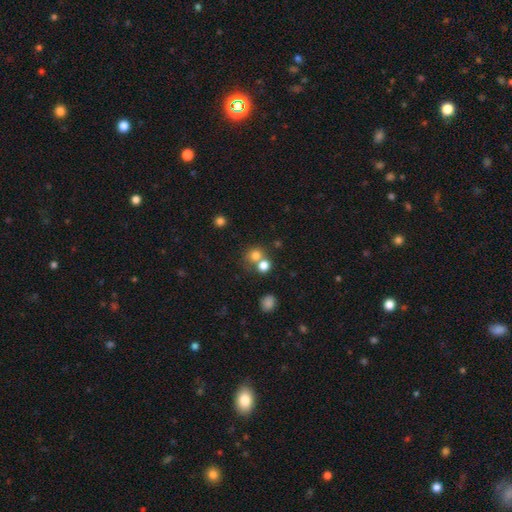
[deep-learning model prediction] Smooth or featured? smooth (75%)
How rounded? round (81%)
Merging? none (49%)